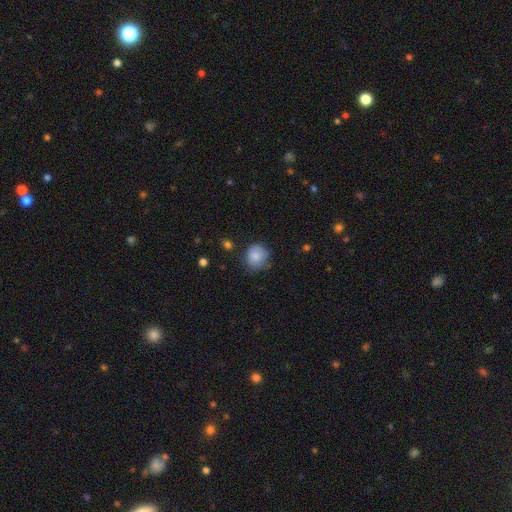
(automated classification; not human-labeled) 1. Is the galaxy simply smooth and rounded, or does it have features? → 82% smooth, 10% featured or disk, 8% star or artifact.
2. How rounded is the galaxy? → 81% round, 18% in between, 1% cigar-shaped.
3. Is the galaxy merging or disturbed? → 68% none, 24% minor disturbance, 6% major disturbance, 2% merger.